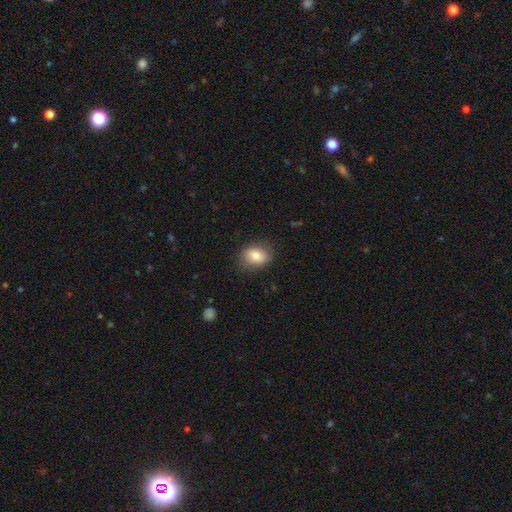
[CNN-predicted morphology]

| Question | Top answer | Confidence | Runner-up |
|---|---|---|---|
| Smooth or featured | smooth | 80% | featured or disk (11%) |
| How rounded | in between | 58% | round (41%) |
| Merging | none | 82% | minor disturbance (13%) |